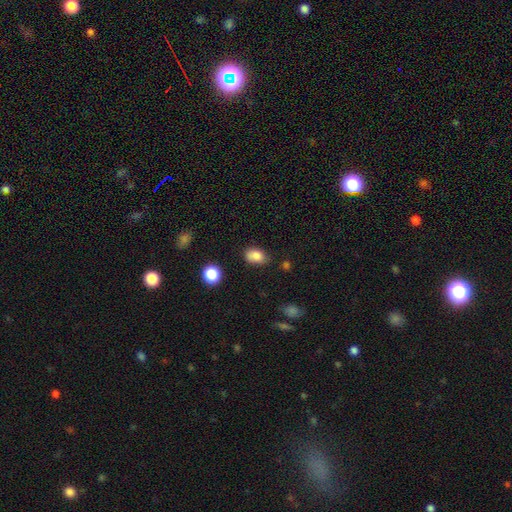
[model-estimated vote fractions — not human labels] Smooth or featured? smooth (83%)
How rounded? in between (80%)
Merging? none (69%)